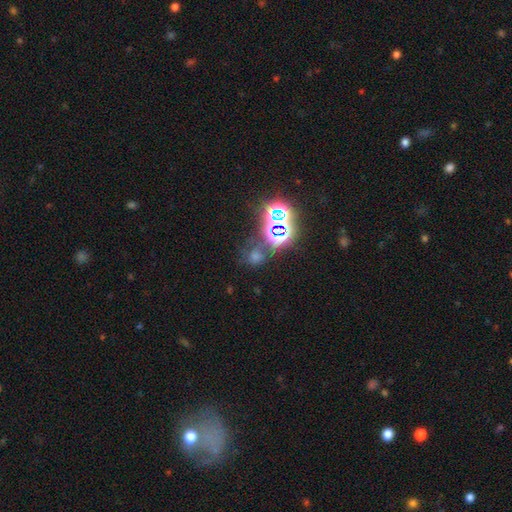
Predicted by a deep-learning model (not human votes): Q: Smooth or featured?
A: star or artifact (62%); runner-up: smooth (28%)